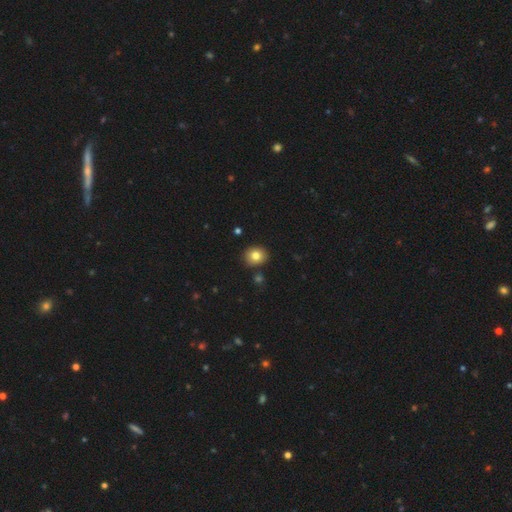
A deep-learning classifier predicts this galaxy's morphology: A smooth galaxy with no disk features (81%) that is round (72%). Merging: none (86%).